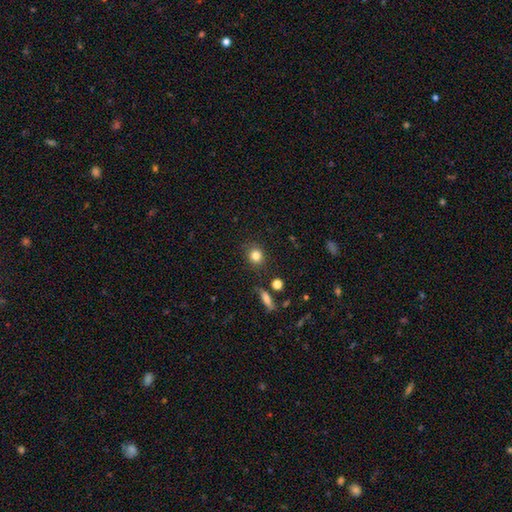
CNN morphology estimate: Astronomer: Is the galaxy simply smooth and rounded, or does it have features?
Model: smooth — 82%.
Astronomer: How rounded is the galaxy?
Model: round — 81%.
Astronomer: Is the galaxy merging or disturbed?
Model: none — 85%.